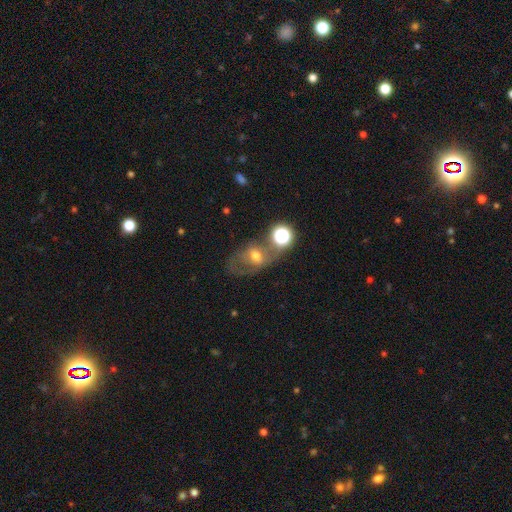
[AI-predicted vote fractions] A featured or disk galaxy (44%). Merging: none (37%).